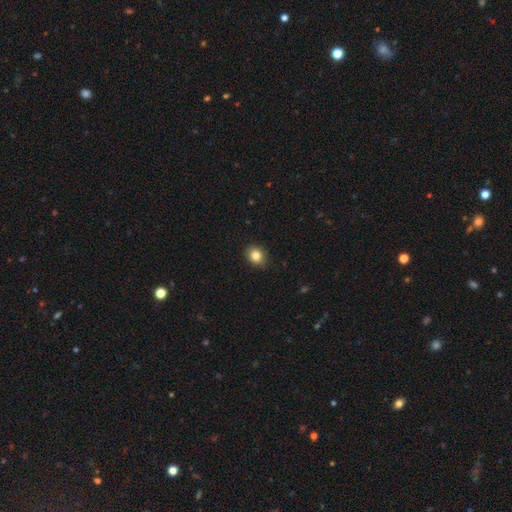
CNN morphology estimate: A smooth galaxy with no disk features (84%) that is round (65%).

Vote fractions:
- Smooth or featured? smooth: 84% / star or artifact: 10% / featured or disk: 6%
- How rounded? round: 65% / in between: 34% / cigar-shaped: 1%
- Merging? none: 89% / minor disturbance: 8% / major disturbance: 2% / merger: 1%